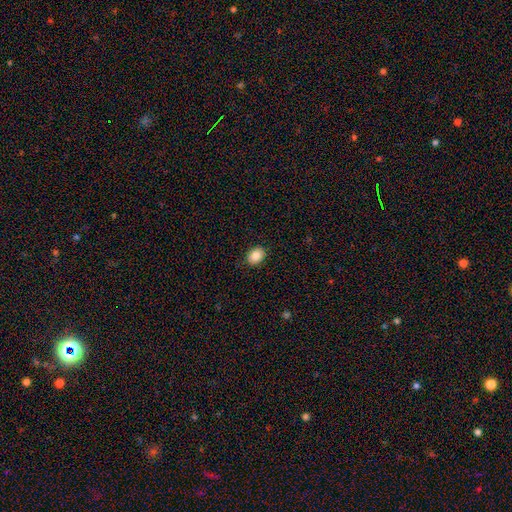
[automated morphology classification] smooth 85%, star or artifact 8%, featured or disk 7%. Down the decision tree: how rounded — in between (64%); merging — none (89%).